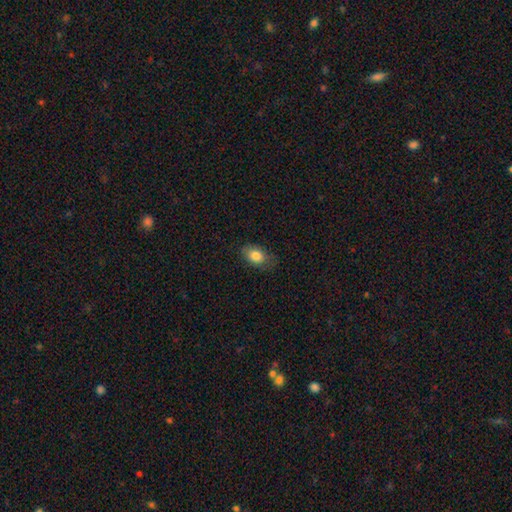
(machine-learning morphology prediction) A smooth galaxy with no disk features (82%) that is in between round and cigar-shaped (83%). Merging: none (71%).